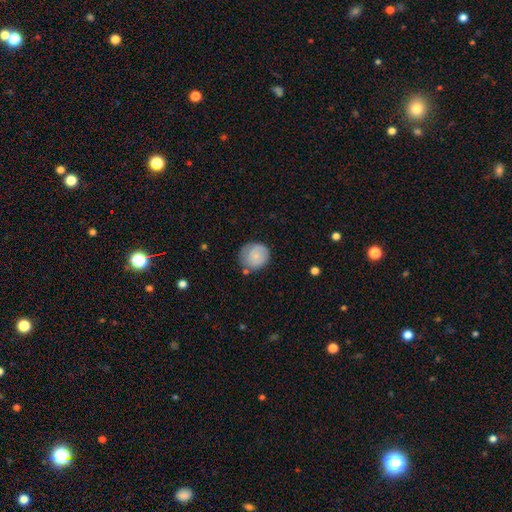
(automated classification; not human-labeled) Smooth or featured? smooth (69%)
How rounded? round (87%)
Merging? none (67%)